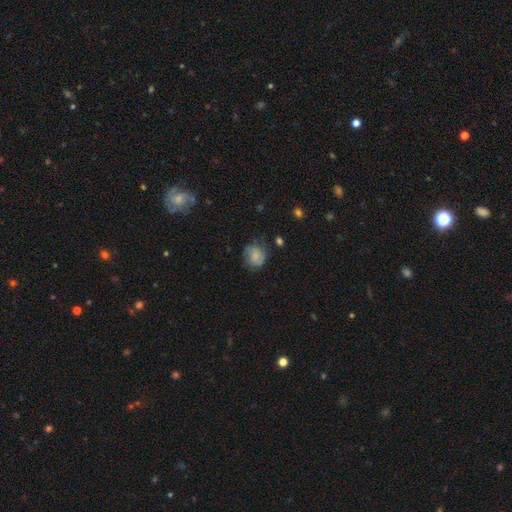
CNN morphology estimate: Smooth or featured? smooth (57%)
How rounded? round (74%)
Merging? none (64%)